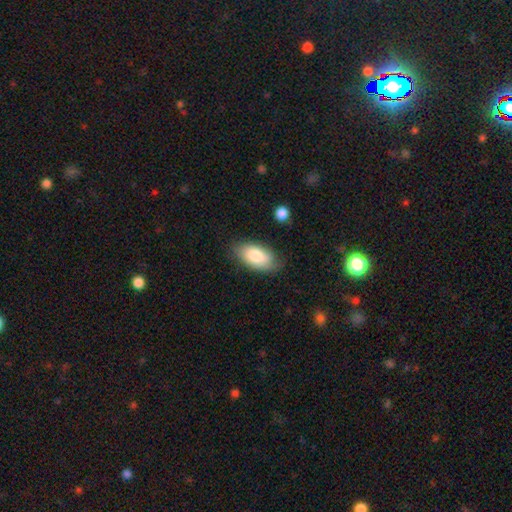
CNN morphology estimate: smooth_or_featured: smooth (p=0.81) [alt: featured or disk p=0.13]
how_rounded: in between (p=0.93) [alt: cigar-shaped p=0.04]
merging: none (p=0.76) [alt: minor disturbance p=0.18]